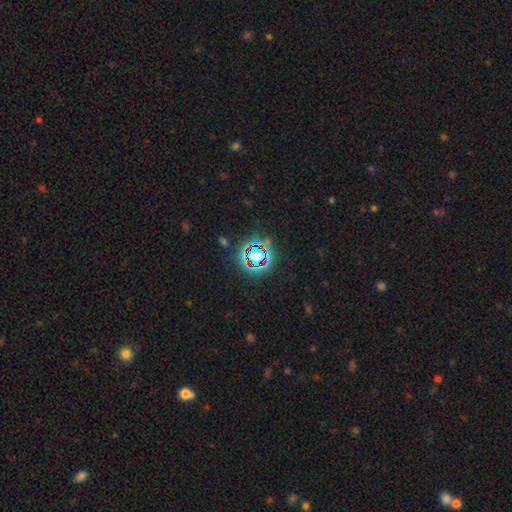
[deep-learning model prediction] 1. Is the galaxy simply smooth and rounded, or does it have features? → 72% star or artifact, 17% smooth, 11% featured or disk.